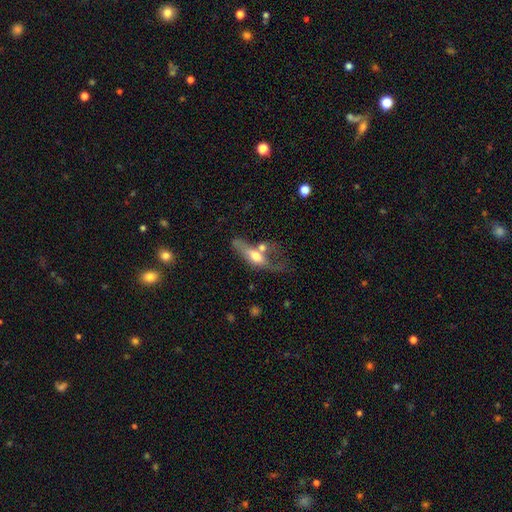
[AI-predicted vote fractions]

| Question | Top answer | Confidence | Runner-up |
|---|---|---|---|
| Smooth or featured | smooth | 50% | featured or disk (43%) |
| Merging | merger | 43% | none (23%) |